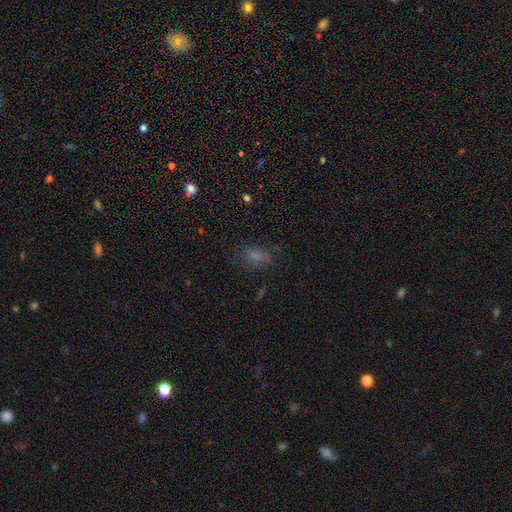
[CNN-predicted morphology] Smooth or featured? Predicted: smooth (p=0.58). How rounded? Predicted: in between (p=0.69). Merging? Predicted: none (p=0.66).